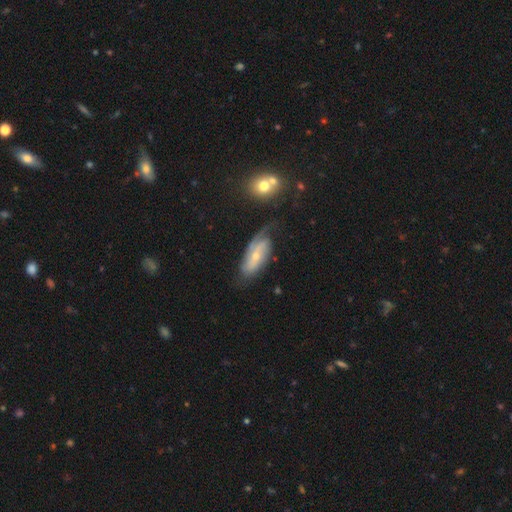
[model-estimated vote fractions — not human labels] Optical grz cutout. It shows a featured or disk galaxy (66%) with no bar (49%), 2 (53%) medium (38%) spiral arms (87%) and a small central bulge (63%). Merging: none (52%).